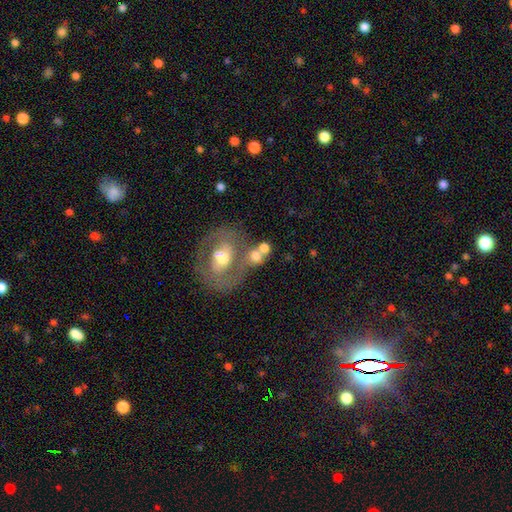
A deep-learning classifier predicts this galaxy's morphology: smooth-or-featured: smooth: 55% | featured or disk: 34% | star or artifact: 11%
  how-rounded: round: 57% | in between: 41% | cigar-shaped: 2%
  merging: merger: 43% | none: 37% | minor disturbance: 12% | major disturbance: 9%